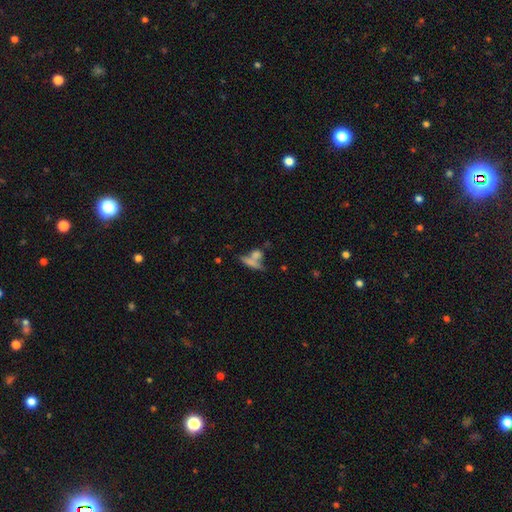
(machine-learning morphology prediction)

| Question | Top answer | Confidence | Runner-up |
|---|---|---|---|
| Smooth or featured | smooth | 67% | featured or disk (21%) |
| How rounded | in between | 41% | cigar-shaped (37%) |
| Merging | merger | 46% | none (38%) |